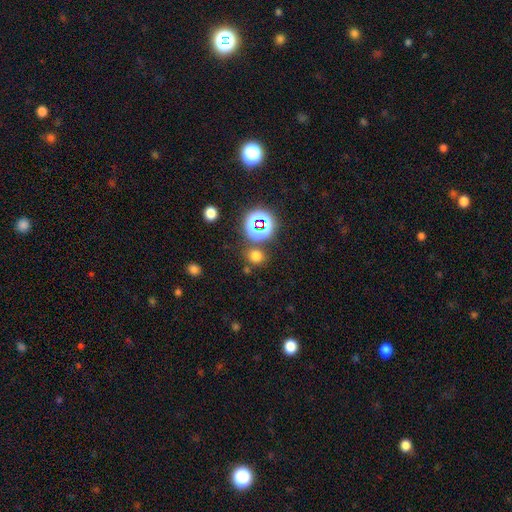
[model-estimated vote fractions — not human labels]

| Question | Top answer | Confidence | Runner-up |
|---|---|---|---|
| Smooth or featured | smooth | 65% | star or artifact (29%) |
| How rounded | round | 75% | in between (23%) |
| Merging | none | 76% | merger (11%) |